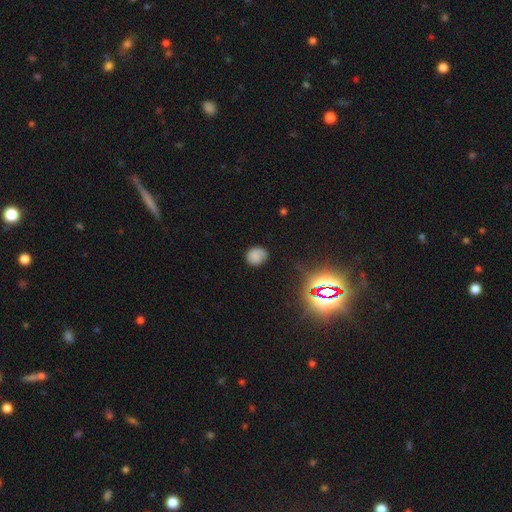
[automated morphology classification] smooth 73%, star or artifact 15%, featured or disk 12%. Down the decision tree: how rounded — round (73%); merging — none (72%).